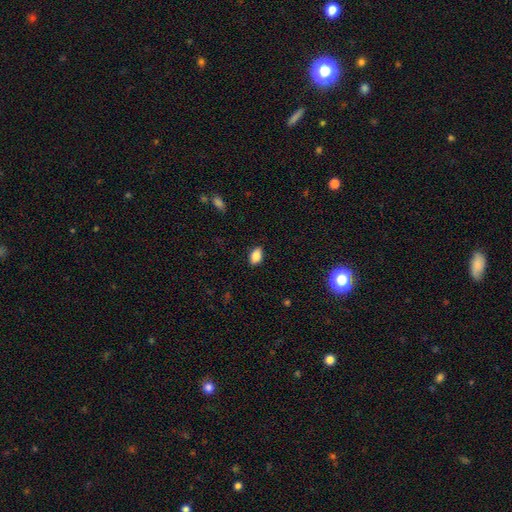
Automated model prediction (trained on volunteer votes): Smooth or featured?
  - smooth: 86% *
  - star or artifact: 8%
  - featured or disk: 6%
How rounded?
  - in between: 90% *
  - round: 7%
  - cigar-shaped: 2%
Merging?
  - none: 85% *
  - minor disturbance: 11%
  - major disturbance: 2%
  - merger: 1%